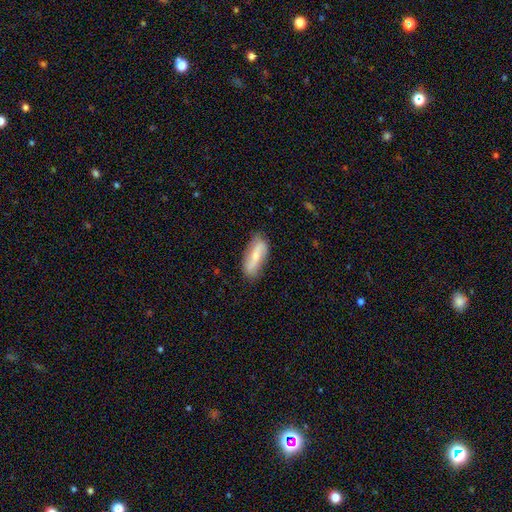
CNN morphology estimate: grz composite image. It shows a featured or disk galaxy (52%). Merging: none (78%).